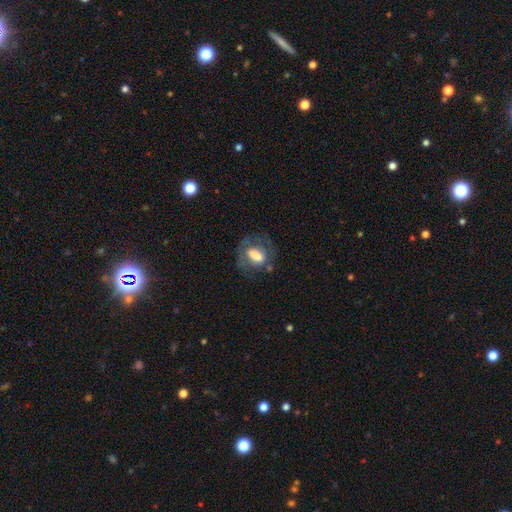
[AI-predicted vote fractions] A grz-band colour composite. It shows a smooth galaxy with no disk features (53%) that is in between round and cigar-shaped (72%). Merging: none (57%).